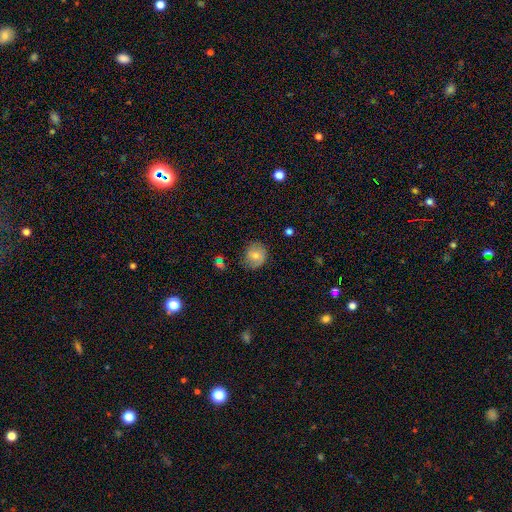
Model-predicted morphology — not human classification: Smooth or featured?
  - smooth: 71% *
  - featured or disk: 21%
  - star or artifact: 9%
How rounded?
  - round: 78% *
  - in between: 21%
  - cigar-shaped: 1%
Merging?
  - none: 68% *
  - minor disturbance: 23%
  - major disturbance: 7%
  - merger: 2%